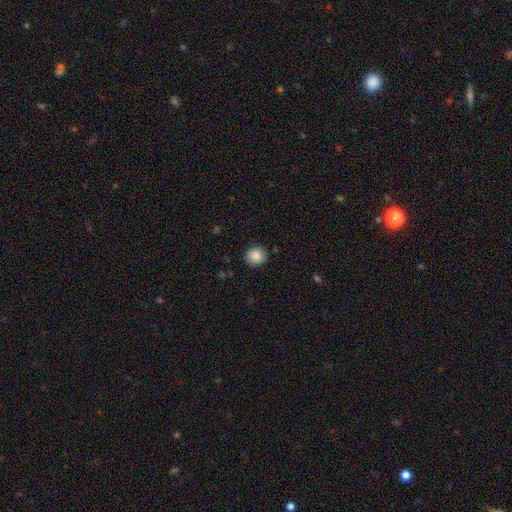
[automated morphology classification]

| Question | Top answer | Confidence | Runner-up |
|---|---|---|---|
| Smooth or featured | smooth | 88% | star or artifact (9%) |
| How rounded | round | 92% | in between (7%) |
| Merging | none | 90% | minor disturbance (7%) |